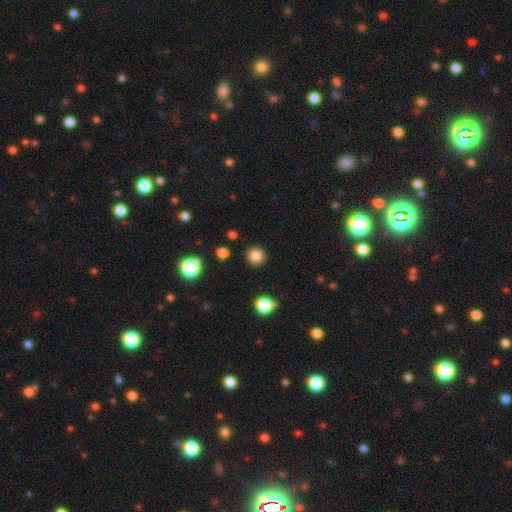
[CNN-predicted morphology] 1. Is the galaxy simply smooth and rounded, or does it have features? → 83% smooth, 12% star or artifact, 5% featured or disk.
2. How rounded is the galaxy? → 94% round, 5% in between, 1% cigar-shaped.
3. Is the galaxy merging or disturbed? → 91% none, 6% minor disturbance, 2% major disturbance, 2% merger.